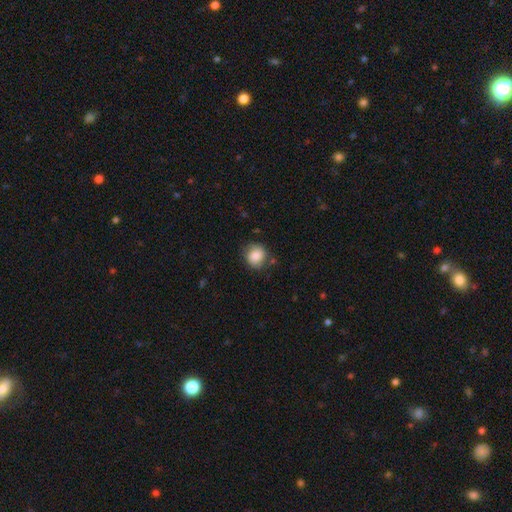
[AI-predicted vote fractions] smooth-or-featured: smooth: 83% | featured or disk: 9% | star or artifact: 8%
  how-rounded: round: 76% | in between: 23% | cigar-shaped: 1%
  merging: none: 74% | minor disturbance: 18% | major disturbance: 5% | merger: 3%